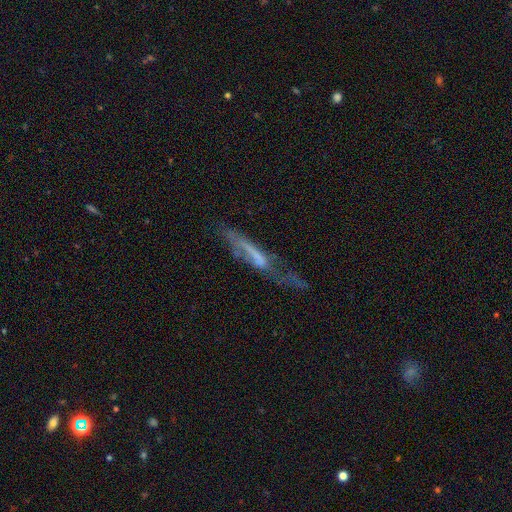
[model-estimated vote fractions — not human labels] featured or disk 54%, smooth 35%, star or artifact 11%. Down the decision tree: edge-on disk — yes (51%); merging — major disturbance (40%).